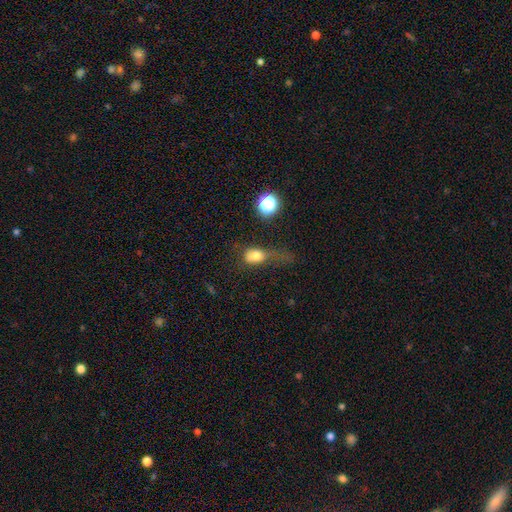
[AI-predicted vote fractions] smooth-or-featured: smooth: 72% | featured or disk: 15% | star or artifact: 13%
  how-rounded: in between: 66% | round: 29% | cigar-shaped: 4%
  merging: major disturbance: 48% | minor disturbance: 24% | none: 22% | merger: 6%